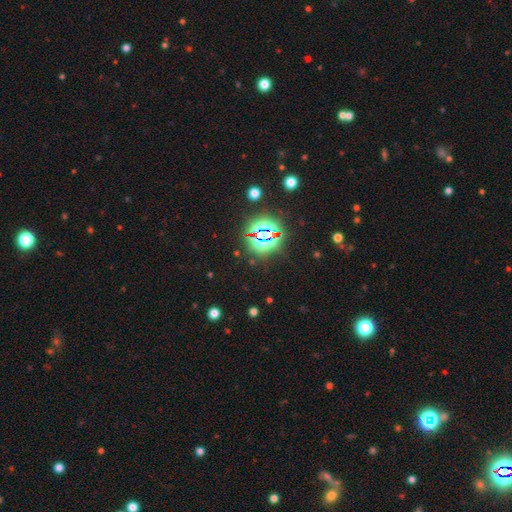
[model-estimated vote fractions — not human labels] Smooth or featured? Predicted: star or artifact (p=0.84).